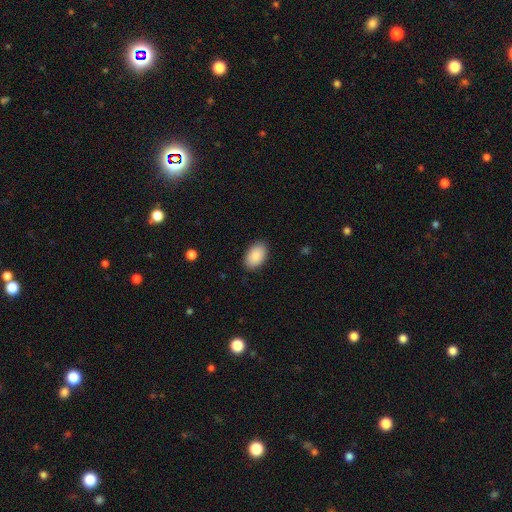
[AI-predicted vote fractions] The model was most divided on "merging": none: 87%, minor disturbance: 9%, major disturbance: 2%, merger: 1%. More confident: how rounded — in between (93%); smooth or featured — smooth (90%).